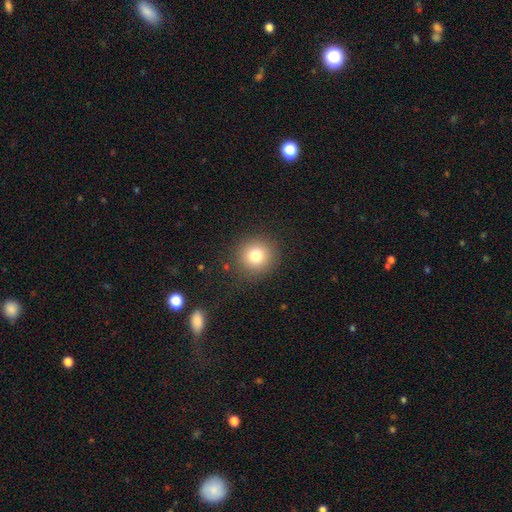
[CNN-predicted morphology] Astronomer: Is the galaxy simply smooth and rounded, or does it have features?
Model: smooth — 79%.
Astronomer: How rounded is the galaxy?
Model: round — 92%.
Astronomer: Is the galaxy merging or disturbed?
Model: none — 88%.